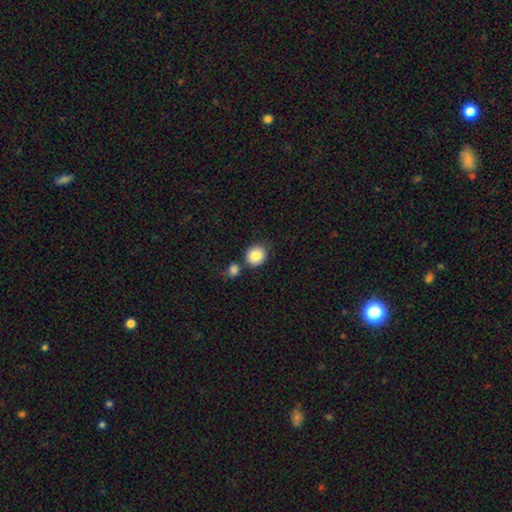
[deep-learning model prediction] smooth_or_featured: smooth (p=0.85) [alt: star or artifact p=0.09]
how_rounded: round (p=0.76) [alt: in between p=0.23]
merging: none (p=0.68) [alt: merger p=0.16]